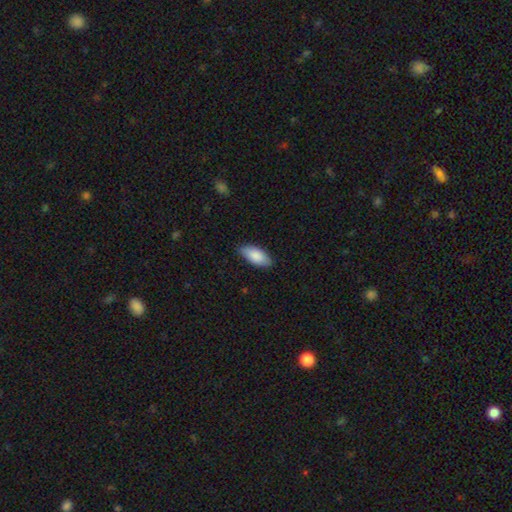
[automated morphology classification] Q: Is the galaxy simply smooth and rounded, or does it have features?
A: smooth — 87%.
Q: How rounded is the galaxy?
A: in between — 91%.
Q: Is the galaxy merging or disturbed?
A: none — 81%.